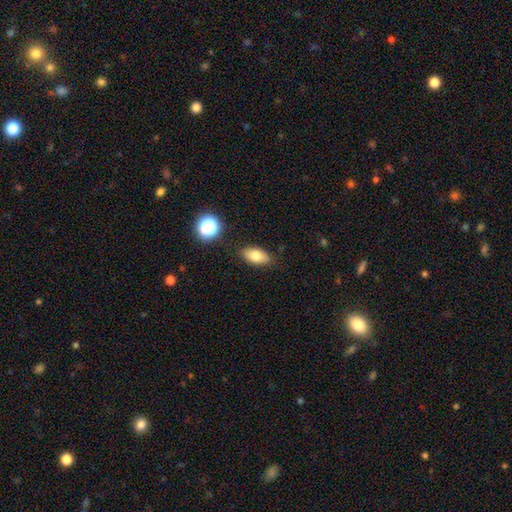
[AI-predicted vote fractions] Smooth or featured? Predicted: smooth (p=0.78). How rounded? Predicted: in between (p=0.87). Merging? Predicted: none (p=0.83).